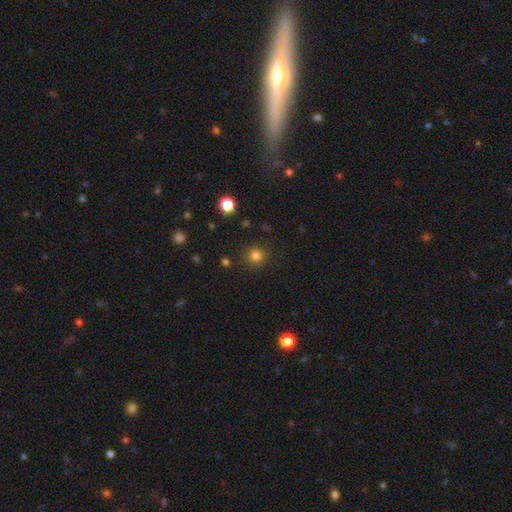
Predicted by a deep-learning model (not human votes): smooth-or-featured: smooth: 80% | star or artifact: 15% | featured or disk: 5%
  how-rounded: round: 93% | in between: 6% | cigar-shaped: 1%
  merging: none: 88% | minor disturbance: 7% | major disturbance: 3% | merger: 2%